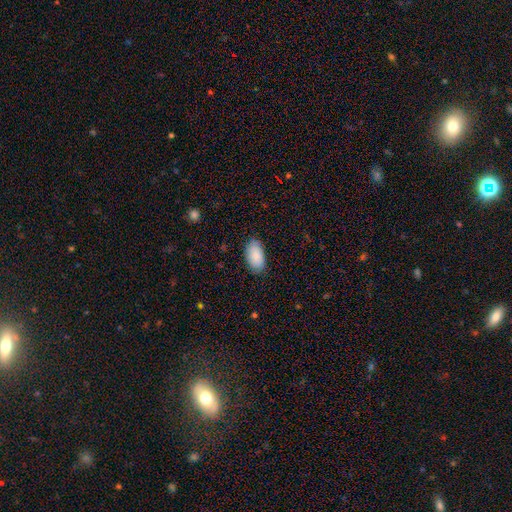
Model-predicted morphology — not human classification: Overall: smooth (87%). How rounded: in between (95%). Merging: none (83%).